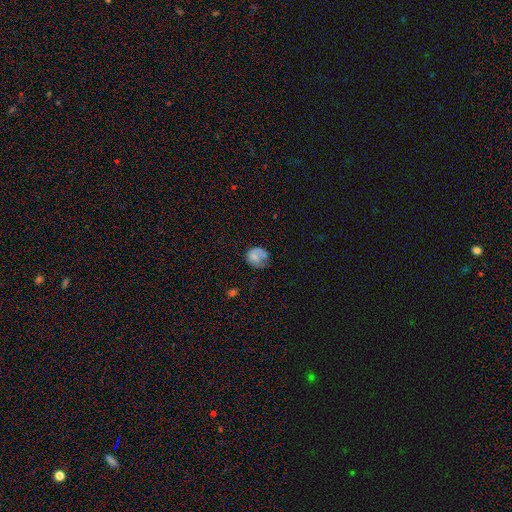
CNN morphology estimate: The model was most divided on "merging": none: 43%, minor disturbance: 31%, major disturbance: 22%, merger: 4%. More confident: how rounded — round (68%); smooth or featured — smooth (63%).